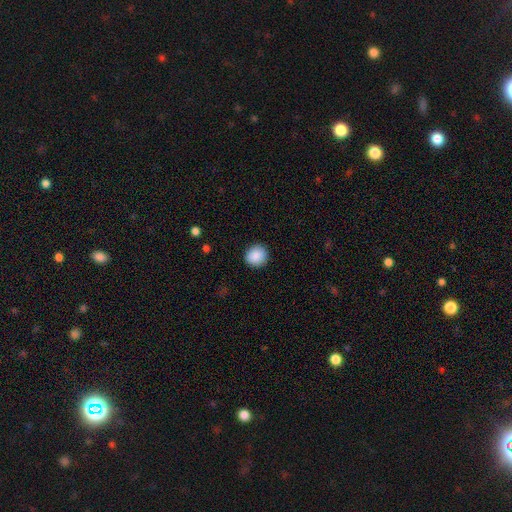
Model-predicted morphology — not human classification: smooth 89%, star or artifact 8%, featured or disk 3%. Down the decision tree: how rounded — round (89%); merging — none (91%).